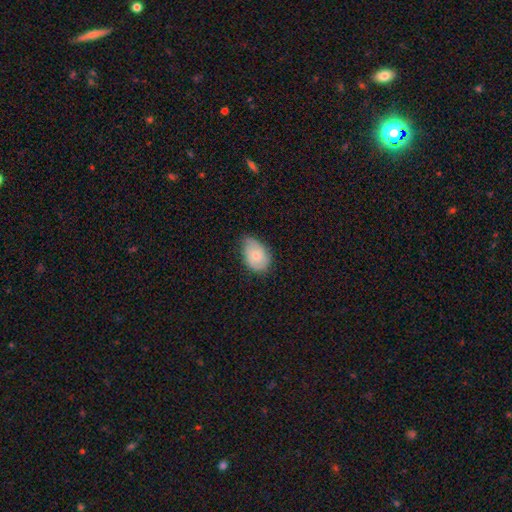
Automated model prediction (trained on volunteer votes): Q: Smooth or featured?
A: smooth (53%); runner-up: featured or disk (40%)
Q: How rounded?
A: in between (83%); runner-up: round (16%)
Q: Merging?
A: none (58%); runner-up: minor disturbance (34%)